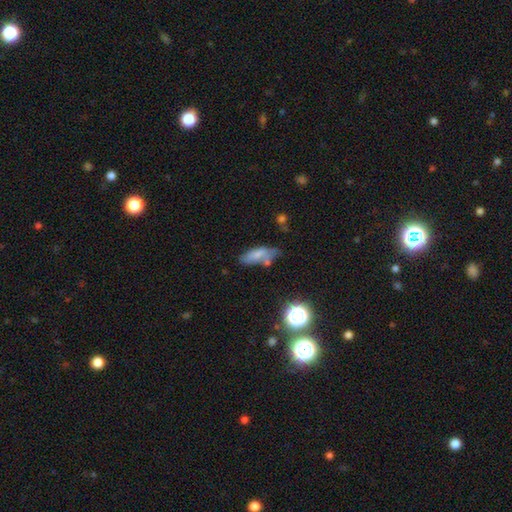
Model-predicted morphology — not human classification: Smooth or featured? Predicted: smooth (p=0.58). How rounded? Predicted: in between (p=0.65). Merging? Predicted: none (p=0.53).